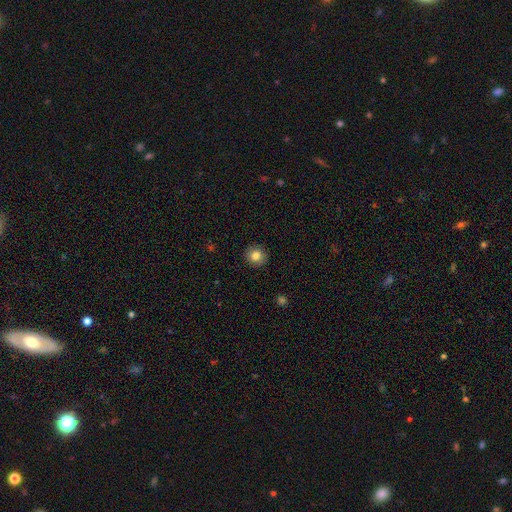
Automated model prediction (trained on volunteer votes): Smooth or featured? Predicted: smooth (p=0.83). How rounded? Predicted: round (p=0.88). Merging? Predicted: none (p=0.90).